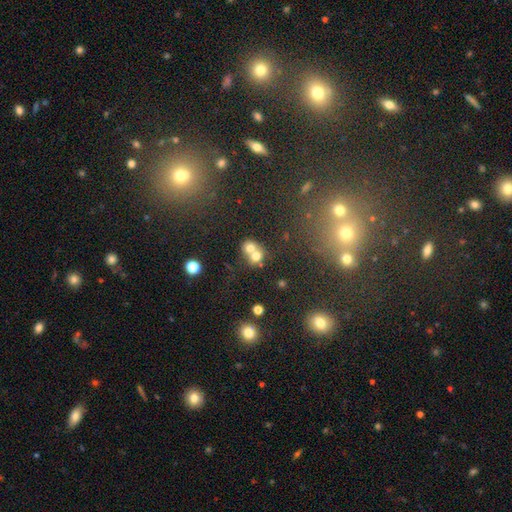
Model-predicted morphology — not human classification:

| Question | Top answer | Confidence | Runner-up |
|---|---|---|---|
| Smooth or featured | smooth | 68% | featured or disk (18%) |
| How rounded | round | 73% | in between (26%) |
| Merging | merger | 65% | none (26%) |